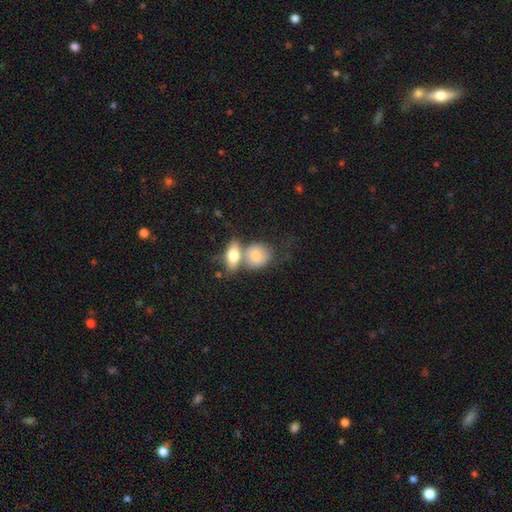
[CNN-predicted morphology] smooth 76%, featured or disk 18%, star or artifact 7%. Down the decision tree: how rounded — in between (50%); merging — merger (54%).